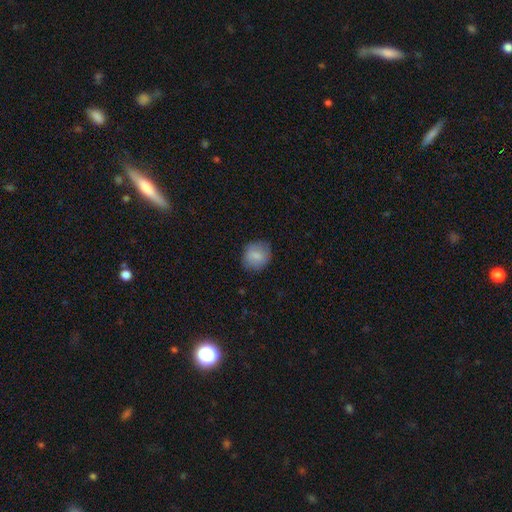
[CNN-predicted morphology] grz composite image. It shows a smooth galaxy with no disk features (81%) that is round (78%). Merging: none (81%).